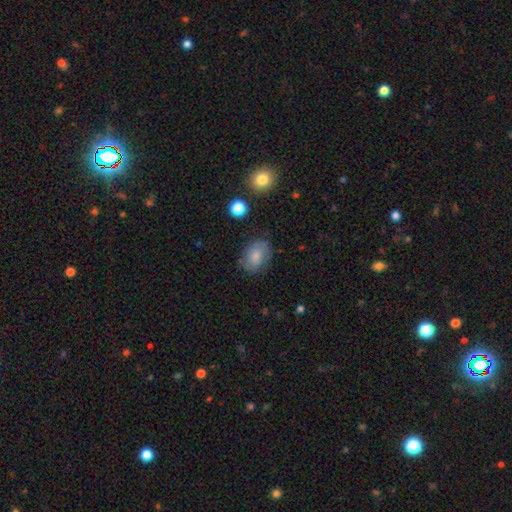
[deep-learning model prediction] smooth 76%, featured or disk 15%, star or artifact 8%. Down the decision tree: how rounded — in between (74%); merging — none (72%).